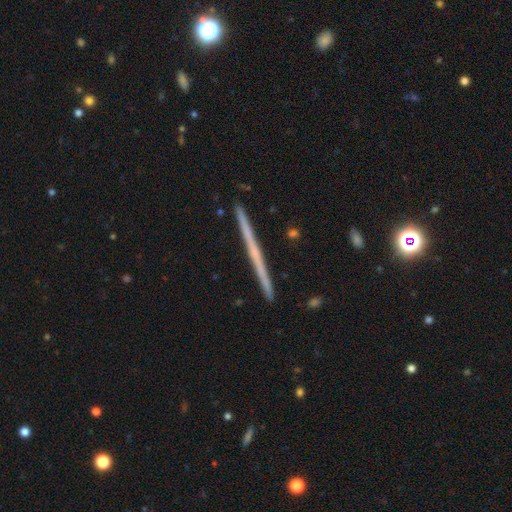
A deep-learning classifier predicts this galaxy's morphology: This appears to be a featured or disk galaxy (63%) viewed edge-on (98%) with no central bulge (81%). Merging: none (92%).